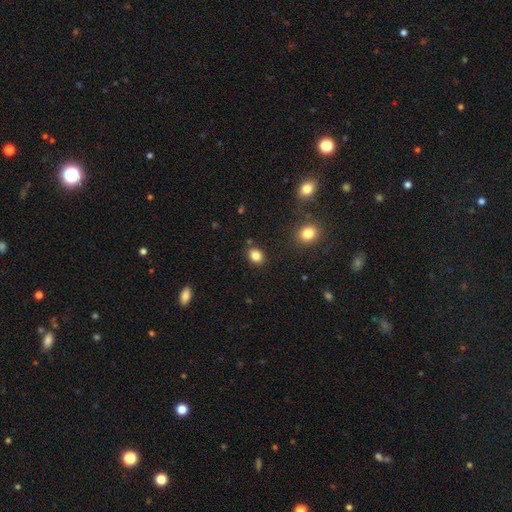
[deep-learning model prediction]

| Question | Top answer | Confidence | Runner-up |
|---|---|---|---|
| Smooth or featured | smooth | 84% | star or artifact (11%) |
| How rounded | in between | 51% | round (48%) |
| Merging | none | 85% | minor disturbance (9%) |